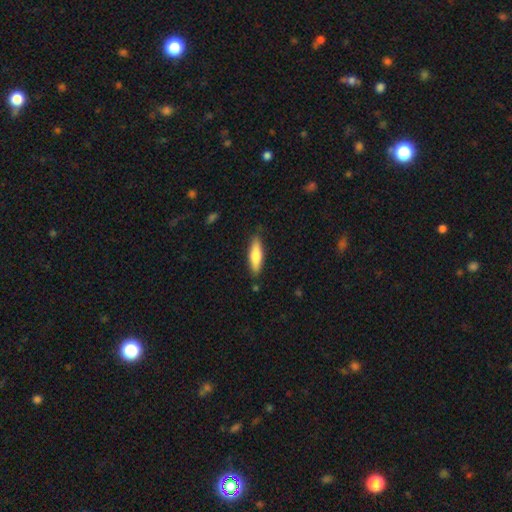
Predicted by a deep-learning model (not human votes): The model was most divided on "how rounded": cigar-shaped: 61%, in between: 37%, round: 2%. More confident: merging — none (85%); smooth or featured — smooth (70%).